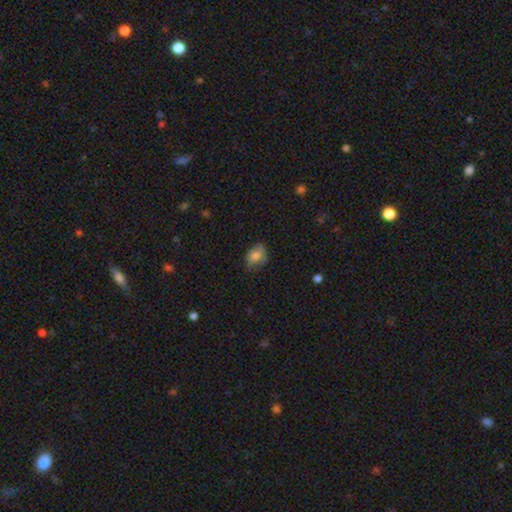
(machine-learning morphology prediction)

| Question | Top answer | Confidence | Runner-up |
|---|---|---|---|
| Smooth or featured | smooth | 77% | featured or disk (13%) |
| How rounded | in between | 73% | round (25%) |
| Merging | none | 61% | minor disturbance (29%) |